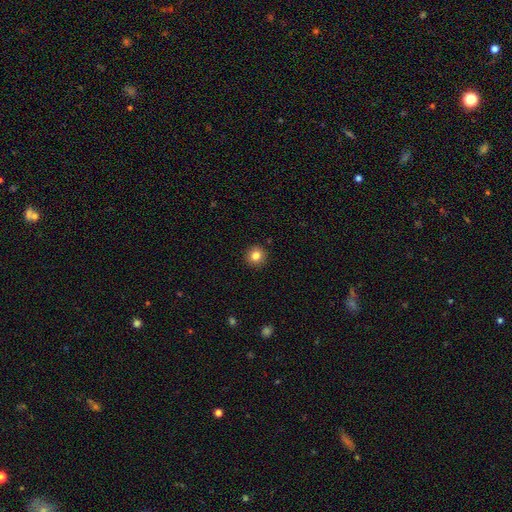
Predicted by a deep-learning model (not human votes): Morphology: type=smooth (83%); roundness=round (94%); merging=none (92%).